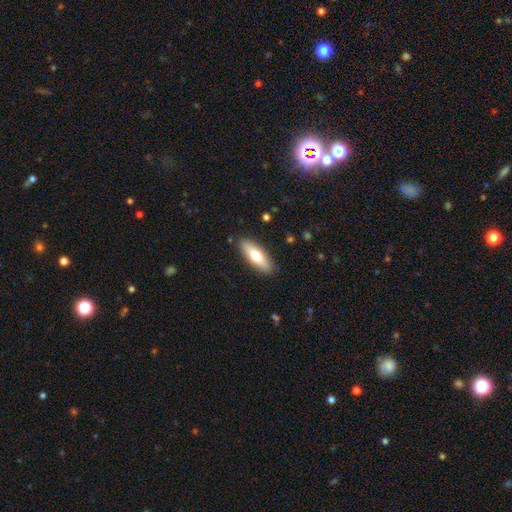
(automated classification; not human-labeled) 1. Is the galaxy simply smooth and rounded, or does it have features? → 66% smooth, 28% featured or disk, 6% star or artifact.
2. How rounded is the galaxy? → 57% in between, 41% cigar-shaped, 2% round.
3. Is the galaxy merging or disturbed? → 88% none, 9% minor disturbance, 2% major disturbance, 1% merger.